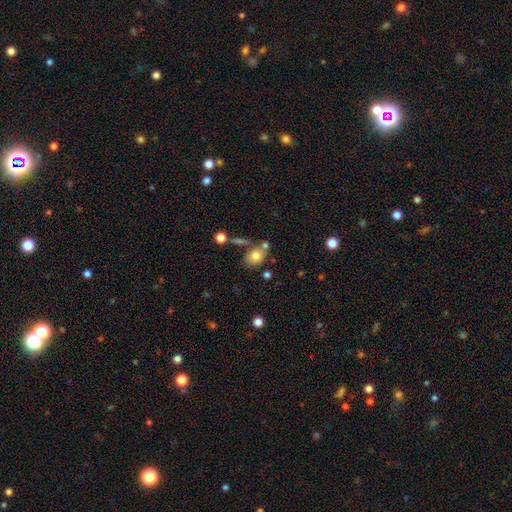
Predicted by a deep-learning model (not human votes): Morphology: type=smooth (78%); roundness=in between (58%); merging=none (57%).